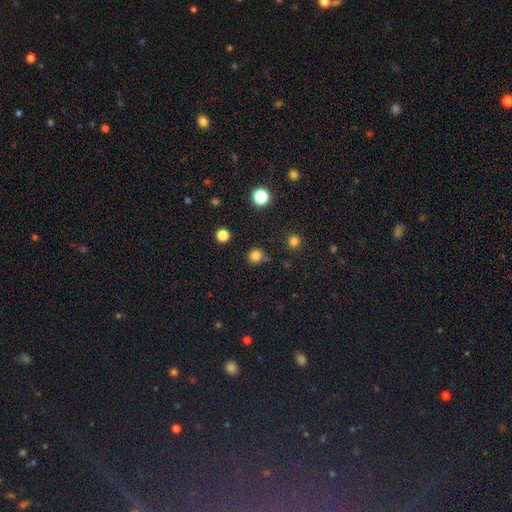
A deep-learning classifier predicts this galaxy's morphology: A smooth galaxy with no disk features (80%) that is round (91%).

Vote fractions:
- Smooth or featured? smooth: 80% / star or artifact: 16% / featured or disk: 4%
- How rounded? round: 91% / in between: 8% / cigar-shaped: 1%
- Merging? none: 82% / minor disturbance: 11% / merger: 5% / major disturbance: 3%